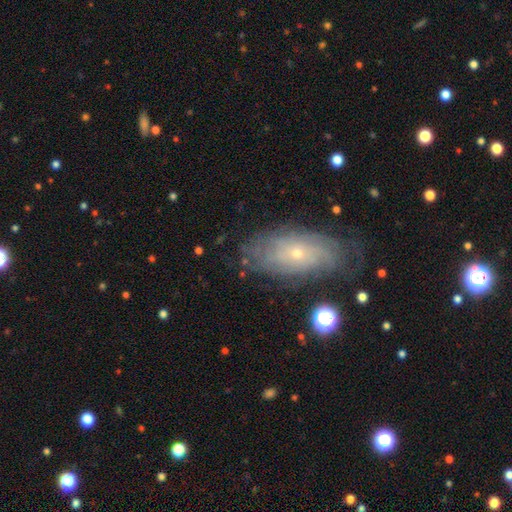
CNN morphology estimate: smooth-or-featured: featured or disk: 64% | smooth: 25% | star or artifact: 10%
  disk-edge-on: no: 87% | yes: 13%
    bar: no: 85% | weak: 12% | strong: 3%
    has-spiral-arms: yes: 78% | no: 22%
    bulge-size: small: 80% | moderate: 17% | none: 1% | large: 1% | dominant: 1%
  merging: none: 76% | minor disturbance: 17% | major disturbance: 6% | merger: 2%